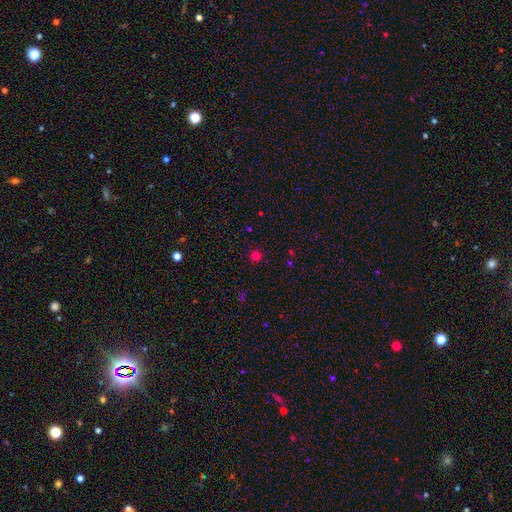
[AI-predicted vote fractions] Smooth or featured? smooth (75%)
How rounded? round (93%)
Merging? none (91%)